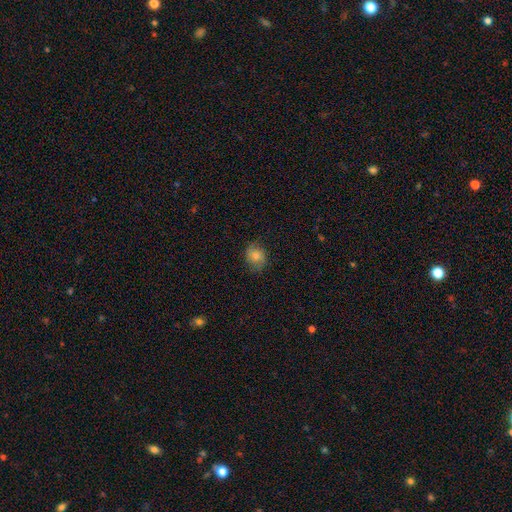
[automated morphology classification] Q: Smooth or featured?
A: smooth (73%); runner-up: featured or disk (18%)
Q: How rounded?
A: round (65%); runner-up: in between (34%)
Q: Merging?
A: none (74%); runner-up: minor disturbance (19%)